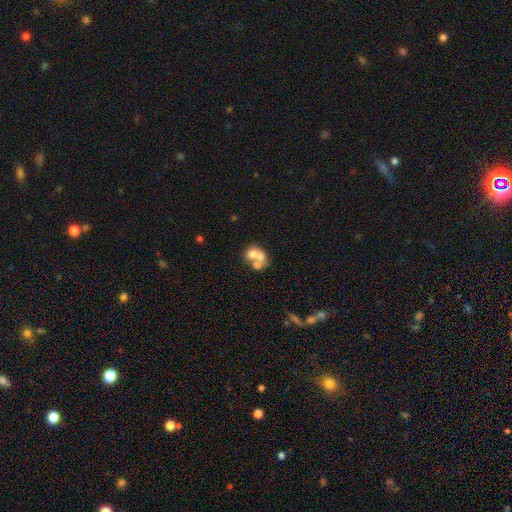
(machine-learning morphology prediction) Overall: smooth (52%; featured or disk 36%). How rounded: round (54%; in between 45%). Merging: merger (63%; none 23%).